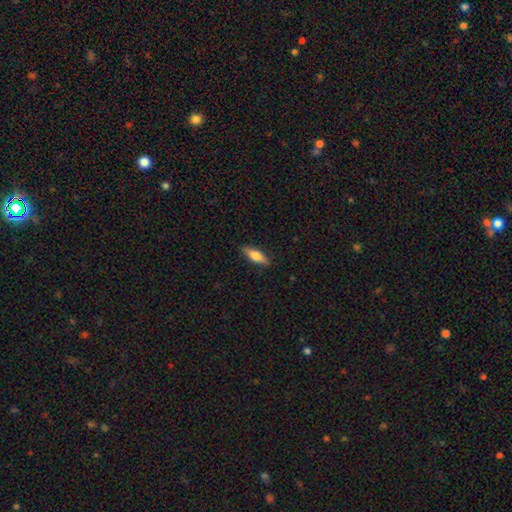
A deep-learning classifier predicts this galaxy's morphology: The model was most divided on "how rounded": in between: 50%, cigar-shaped: 47%, round: 3%. More confident: merging — none (87%); smooth or featured — smooth (59%).